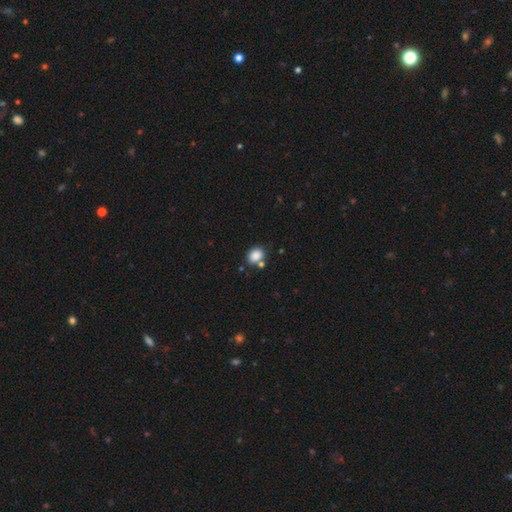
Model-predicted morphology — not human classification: A smooth galaxy with no disk features (86%) that is in between round and cigar-shaped (59%).

Vote fractions:
- Smooth or featured? smooth: 86% / star or artifact: 10% / featured or disk: 4%
- How rounded? in between: 59% / round: 40% / cigar-shaped: 1%
- Merging? none: 69% / merger: 14% / minor disturbance: 13% / major disturbance: 4%